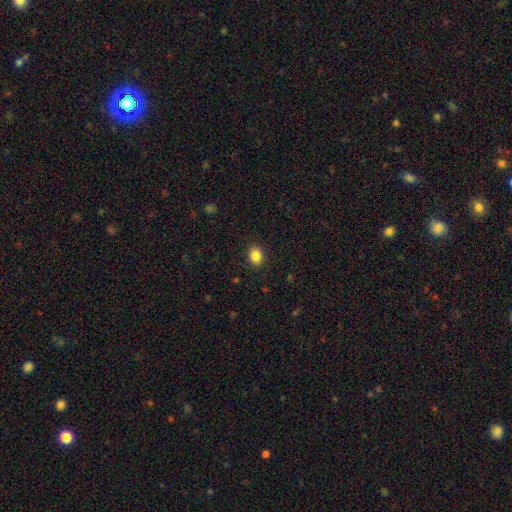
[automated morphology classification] Smooth or featured?
  - smooth: 85% *
  - star or artifact: 10%
  - featured or disk: 5%
How rounded?
  - in between: 53% *
  - round: 46%
  - cigar-shaped: 1%
Merging?
  - none: 89% *
  - minor disturbance: 7%
  - major disturbance: 2%
  - merger: 1%